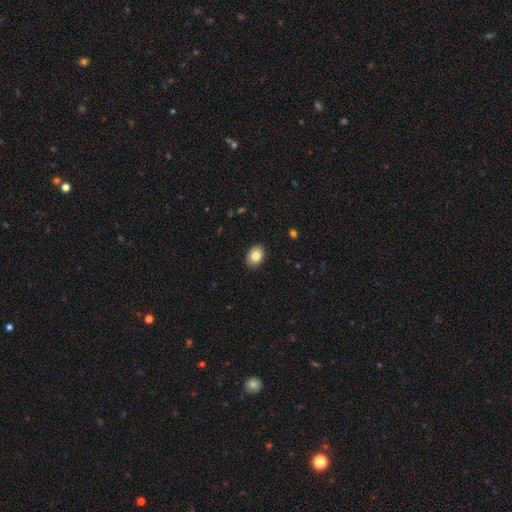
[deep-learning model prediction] Morphology: type=smooth (85%); roundness=in between (74%); merging=none (89%).